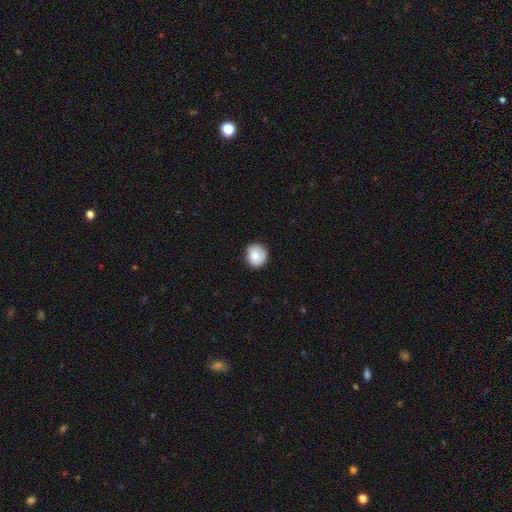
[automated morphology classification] A smooth galaxy with no disk features (78%) that is round (85%). Merging: none (79%).